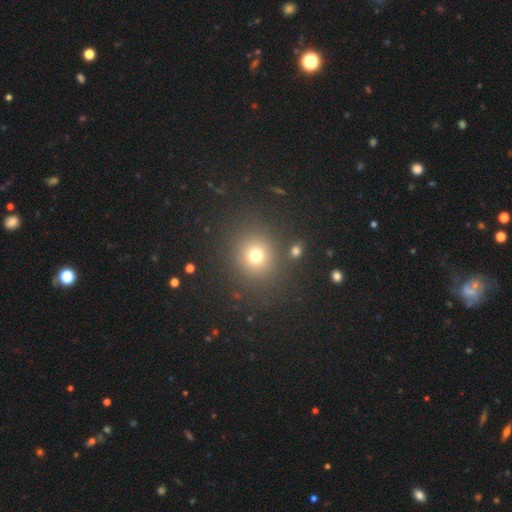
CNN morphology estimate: smooth-or-featured: smooth: 74% | star or artifact: 18% | featured or disk: 9%
  how-rounded: round: 86% | in between: 13% | cigar-shaped: 1%
  merging: none: 84% | minor disturbance: 8% | merger: 4% | major disturbance: 4%